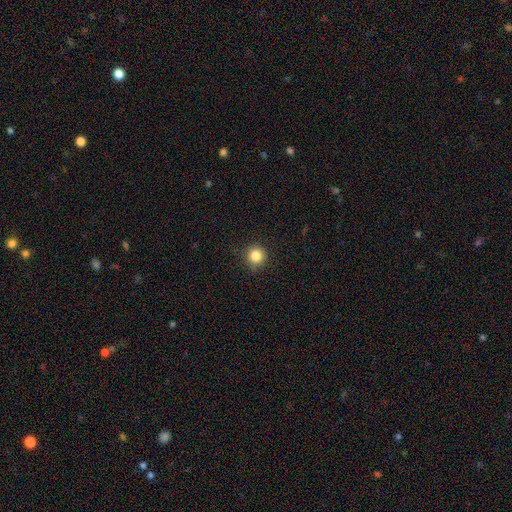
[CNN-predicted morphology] Smooth or featured? smooth (84%)
How rounded? round (94%)
Merging? none (89%)